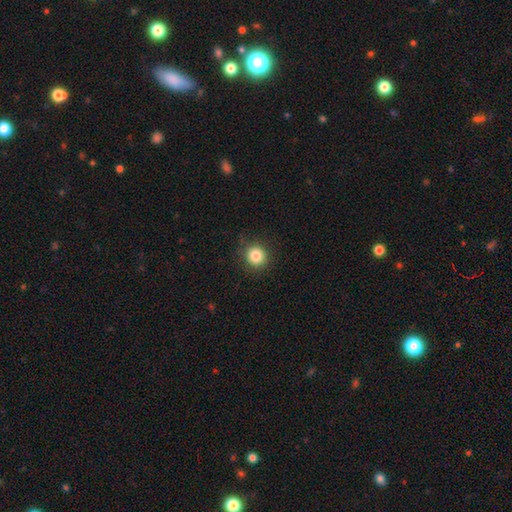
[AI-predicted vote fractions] Smooth or featured? smooth (84%)
How rounded? round (92%)
Merging? none (88%)